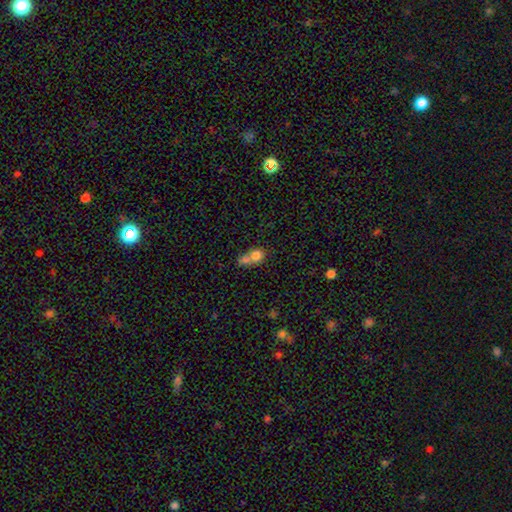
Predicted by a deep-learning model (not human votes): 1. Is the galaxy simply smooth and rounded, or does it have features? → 77% smooth, 13% featured or disk, 10% star or artifact.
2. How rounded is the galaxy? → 66% round, 31% in between, 2% cigar-shaped.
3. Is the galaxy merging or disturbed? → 65% merger, 24% none, 7% minor disturbance, 4% major disturbance.